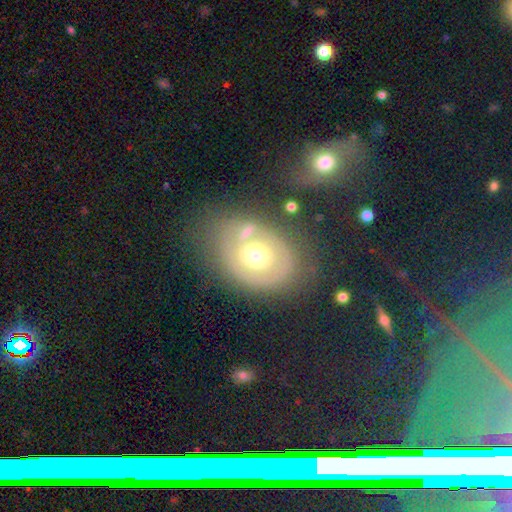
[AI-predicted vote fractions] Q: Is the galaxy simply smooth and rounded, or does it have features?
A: featured or disk — 51%.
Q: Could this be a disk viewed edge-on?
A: no — 93%.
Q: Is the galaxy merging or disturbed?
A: none — 58%.